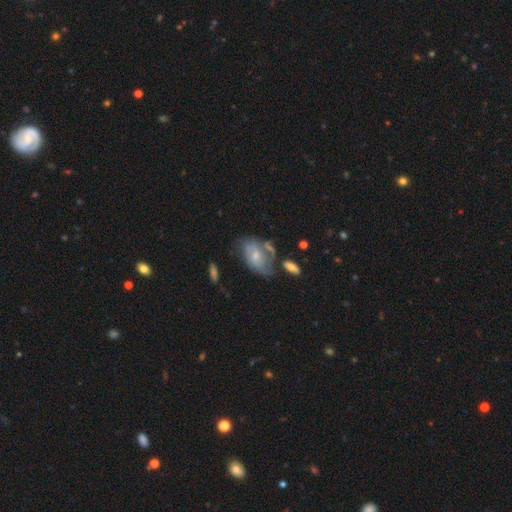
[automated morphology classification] This is possibly a featured or disk galaxy (52%). It is clearly not viewed edge-on (94%). Merging: marginally none (37%).